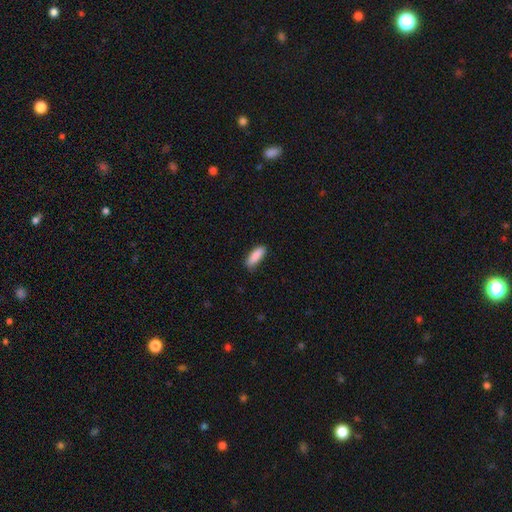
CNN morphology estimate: Q: Smooth or featured?
A: smooth (89%); runner-up: star or artifact (6%)
Q: How rounded?
A: in between (57%); runner-up: cigar-shaped (42%)
Q: Merging?
A: none (84%); runner-up: minor disturbance (13%)